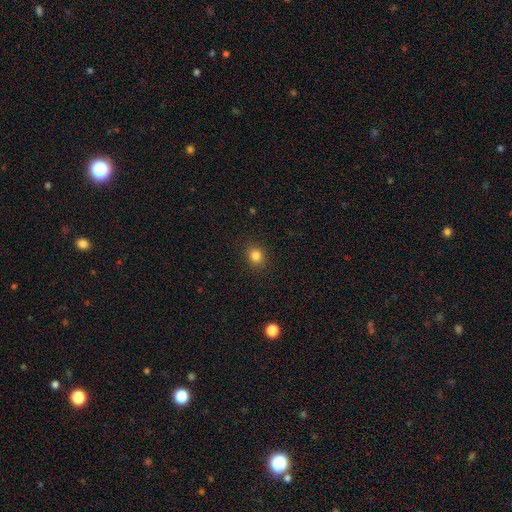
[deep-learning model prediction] Smooth or featured? smooth (83%)
How rounded? round (73%)
Merging? none (90%)